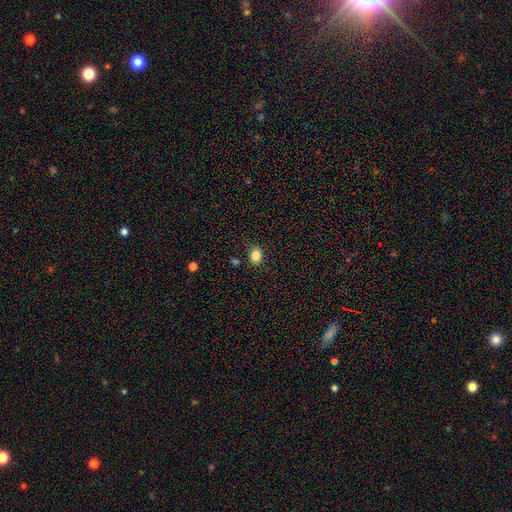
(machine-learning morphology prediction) The model was most divided on "how rounded": in between: 56%, round: 43%, cigar-shaped: 1%. More confident: smooth or featured — smooth (84%); merging — none (84%).